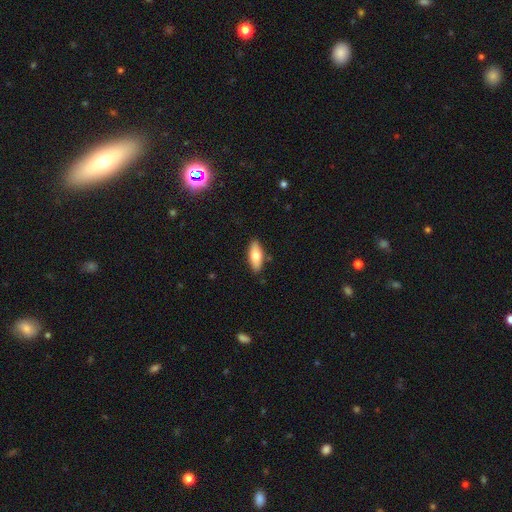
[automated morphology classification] A smooth galaxy with no disk features (74%) that is in between round and cigar-shaped (70%). Merging: none (85%).